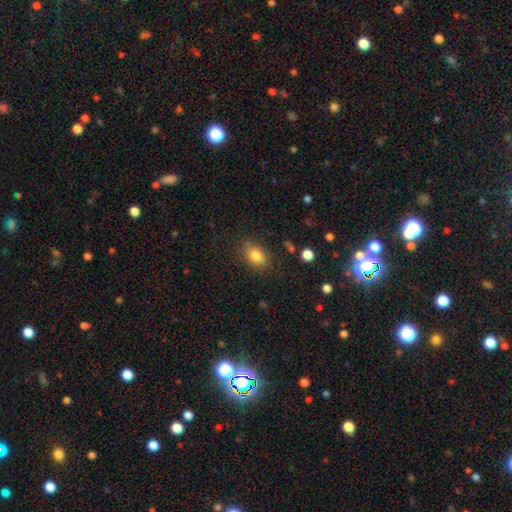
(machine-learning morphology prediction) Smooth or featured: smooth — 83% (star or artifact — 9%)
How rounded: in between — 78% (round — 21%)
Merging: none — 77% (minor disturbance — 16%)